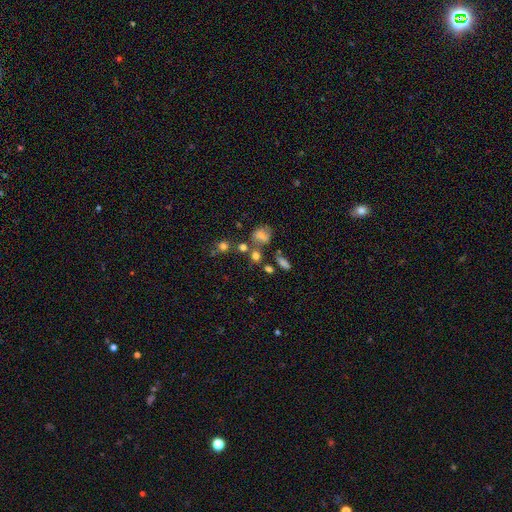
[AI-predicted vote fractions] The model was most divided on "how rounded": round: 65%, in between: 33%, cigar-shaped: 2%. More confident: smooth or featured — smooth (70%); merging — none (57%).